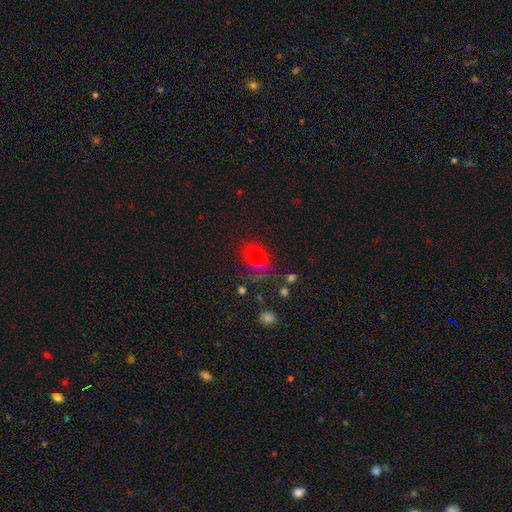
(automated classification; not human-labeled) Overall: smooth (61%; star or artifact 27%). How rounded: round (51%; in between 47%). Merging: none (62%).